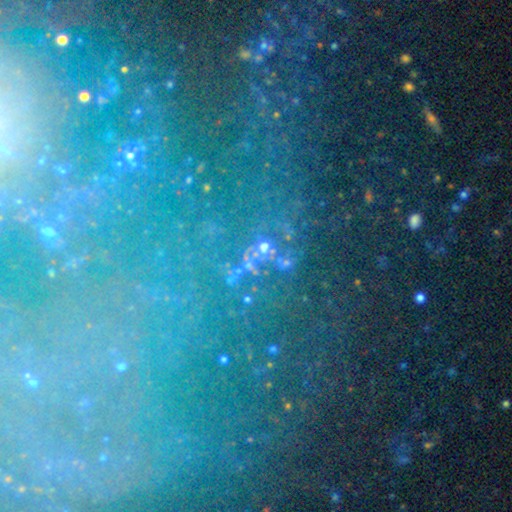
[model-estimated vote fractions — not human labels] Q: Smooth or featured?
A: star or artifact (72%); runner-up: featured or disk (15%)